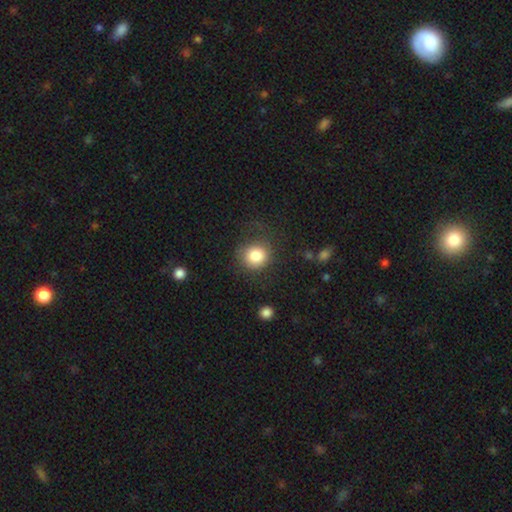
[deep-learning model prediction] Smooth or featured? Predicted: smooth (p=0.82). How rounded? Predicted: round (p=0.81). Merging? Predicted: none (p=0.70).